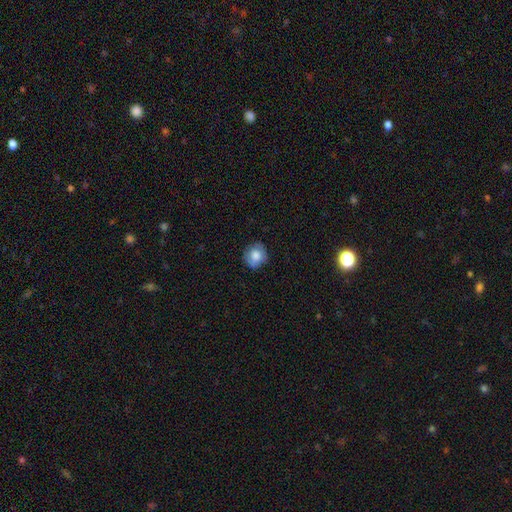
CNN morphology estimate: Smooth or featured: smooth — 75% (featured or disk — 16%)
How rounded: round — 80% (in between — 19%)
Merging: none — 75% (minor disturbance — 19%)